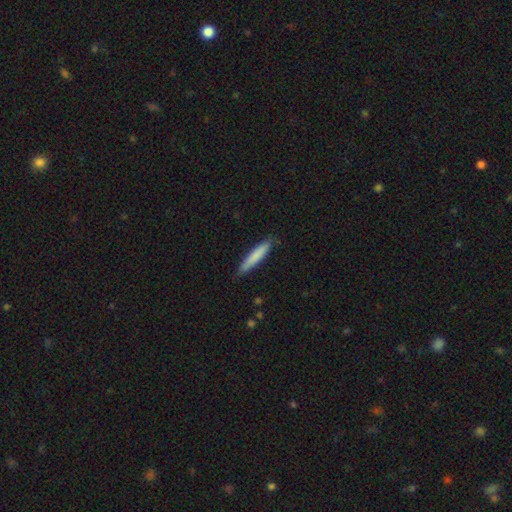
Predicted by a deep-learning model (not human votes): smooth-or-featured: smooth: 79% | featured or disk: 15% | star or artifact: 6%
  how-rounded: cigar-shaped: 92% | in between: 7% | round: 1%
  merging: none: 86% | minor disturbance: 11% | major disturbance: 2% | merger: 1%